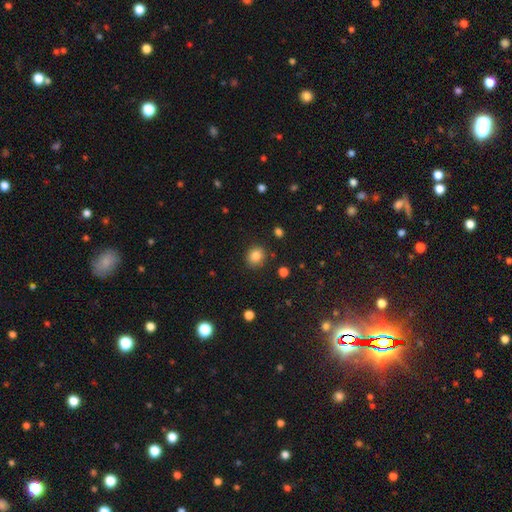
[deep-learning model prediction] Smooth or featured: smooth — 84% (star or artifact — 11%)
How rounded: round — 75% (in between — 24%)
Merging: none — 87% (minor disturbance — 9%)